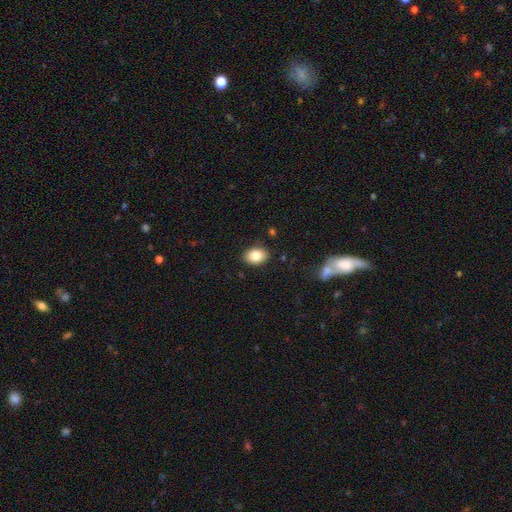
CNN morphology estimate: A smooth galaxy with no disk features (83%) that is in between round and cigar-shaped (79%). Merging: none (87%).